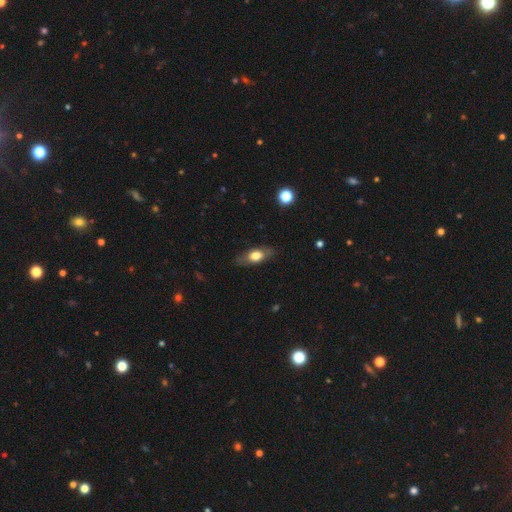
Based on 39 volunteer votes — smooth_or_featured: smooth (p=0.72) [alt: featured or disk p=0.26]
how_rounded: in between (p=0.93) [alt: cigar-shaped p=0.07]
merging: none (p=0.89) [alt: minor disturbance p=0.11]